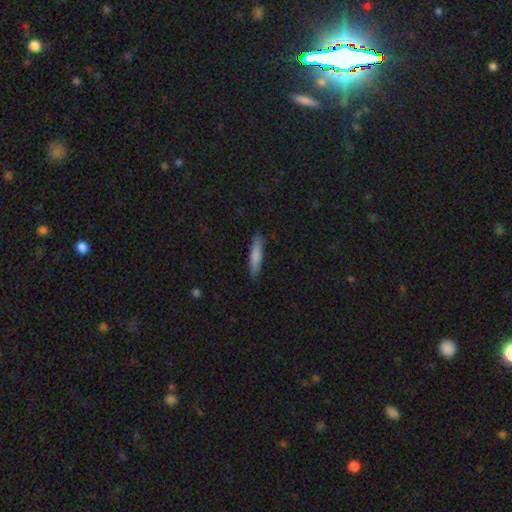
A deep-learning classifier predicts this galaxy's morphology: smooth-or-featured: smooth: 79% | featured or disk: 15% | star or artifact: 6%
  how-rounded: cigar-shaped: 86% | in between: 13% | round: 1%
  merging: none: 88% | minor disturbance: 9% | major disturbance: 2% | merger: 1%